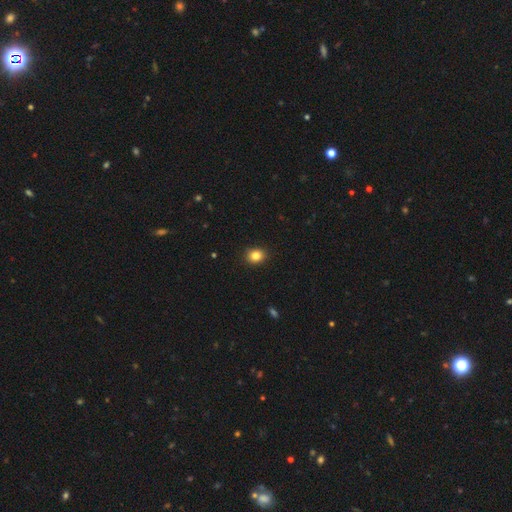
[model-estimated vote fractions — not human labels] Smooth or featured? smooth (84%)
How rounded? round (64%)
Merging? none (90%)